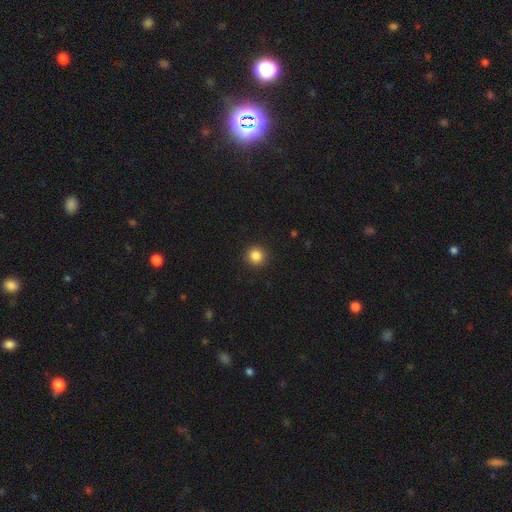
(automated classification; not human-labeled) This appears to be a smooth galaxy with no disk features (85%) that is round (94%). Merging: none (92%).